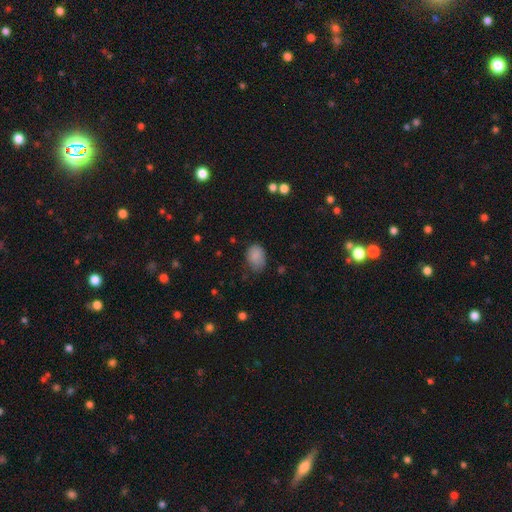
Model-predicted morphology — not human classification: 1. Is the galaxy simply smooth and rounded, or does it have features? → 86% smooth, 9% star or artifact, 5% featured or disk.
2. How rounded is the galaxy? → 76% in between, 23% round, 1% cigar-shaped.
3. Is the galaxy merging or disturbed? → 61% none, 30% minor disturbance, 7% major disturbance, 2% merger.